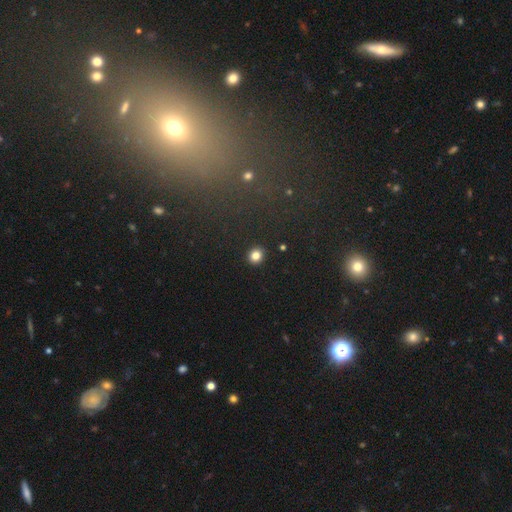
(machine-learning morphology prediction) A smooth galaxy with no disk features (82%) that is round (84%). Merging: none (92%).